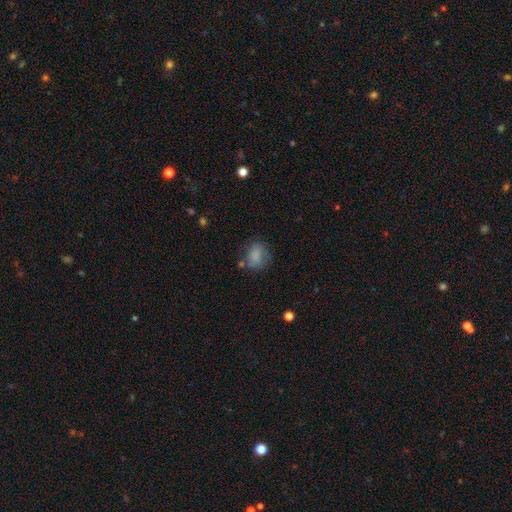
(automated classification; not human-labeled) Smooth or featured?
  - smooth: 77% *
  - featured or disk: 13%
  - star or artifact: 10%
How rounded?
  - round: 51% *
  - in between: 48%
  - cigar-shaped: 1%
Merging?
  - none: 57% *
  - minor disturbance: 25%
  - major disturbance: 12%
  - merger: 6%